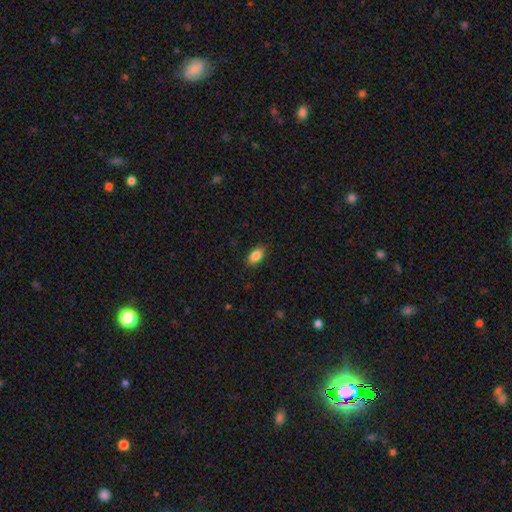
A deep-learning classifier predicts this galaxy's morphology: Smooth or featured? Predicted: smooth (p=0.87). How rounded? Predicted: in between (p=0.92). Merging? Predicted: none (p=0.88).